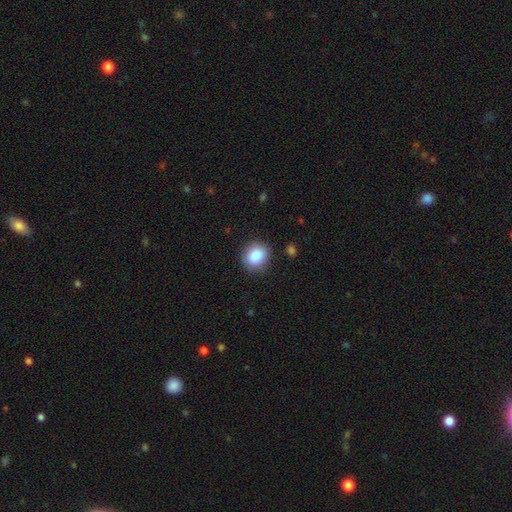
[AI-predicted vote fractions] A smooth galaxy with no disk features (85%) that is round (77%). Merging: none (85%).